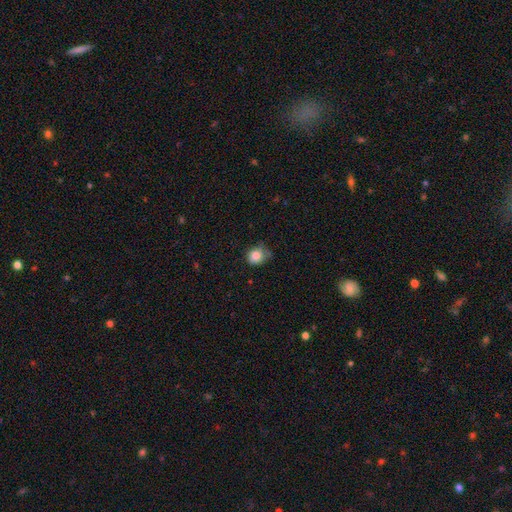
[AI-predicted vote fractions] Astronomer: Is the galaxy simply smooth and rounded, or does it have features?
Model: smooth — 83%.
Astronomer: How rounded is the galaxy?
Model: round — 71%.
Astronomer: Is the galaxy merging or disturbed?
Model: none — 53% (runner-up: minor disturbance, 36%).